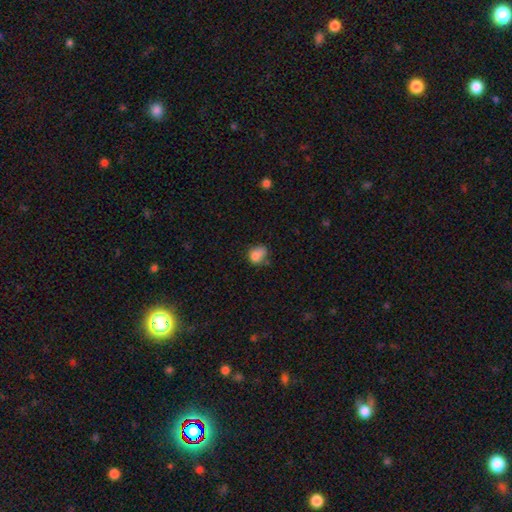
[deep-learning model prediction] smooth-or-featured: smooth: 78% | star or artifact: 11% | featured or disk: 11%
  how-rounded: in between: 56% | round: 43% | cigar-shaped: 1%
  merging: none: 39% | minor disturbance: 31% | merger: 15% | major disturbance: 14%